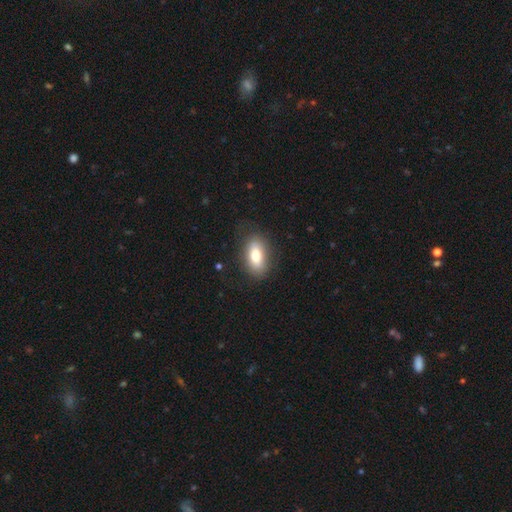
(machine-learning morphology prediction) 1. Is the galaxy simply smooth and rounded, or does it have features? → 76% smooth, 16% featured or disk, 7% star or artifact.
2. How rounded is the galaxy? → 88% in between, 6% cigar-shaped, 6% round.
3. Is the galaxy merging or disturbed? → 80% none, 14% minor disturbance, 5% major disturbance, 1% merger.